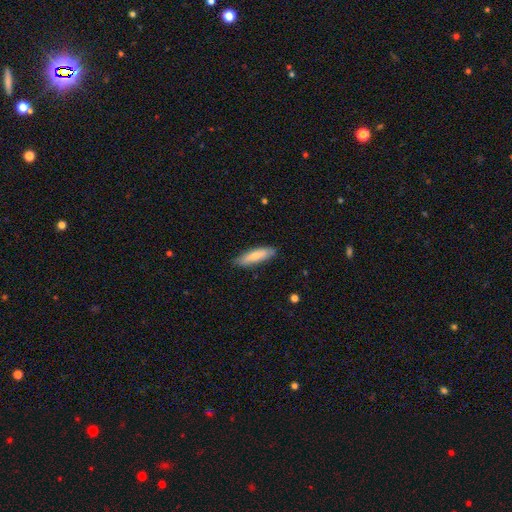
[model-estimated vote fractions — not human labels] Smooth or featured? smooth (75%)
How rounded? cigar-shaped (64%)
Merging? none (81%)